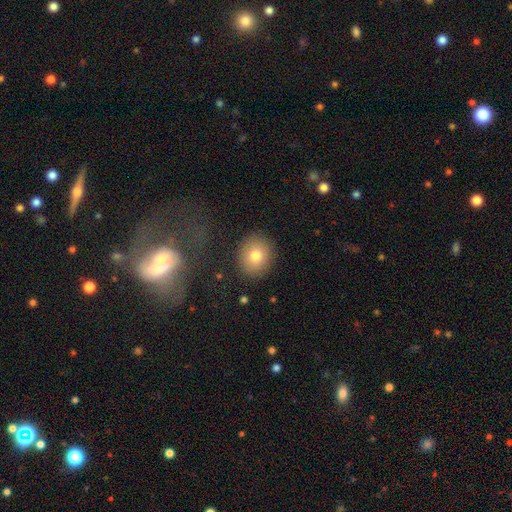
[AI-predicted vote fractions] This is likely a smooth galaxy (78%). How rounded: likely round (71%). Merging: clearly none (87%).